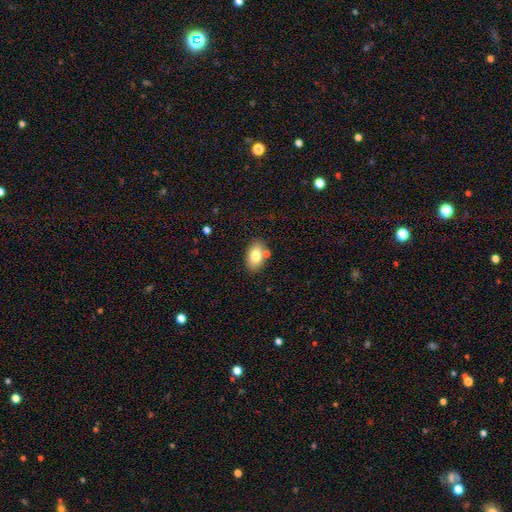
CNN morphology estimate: A smooth galaxy with no disk features (79%) that is in between round and cigar-shaped (87%). Merging: none (75%).